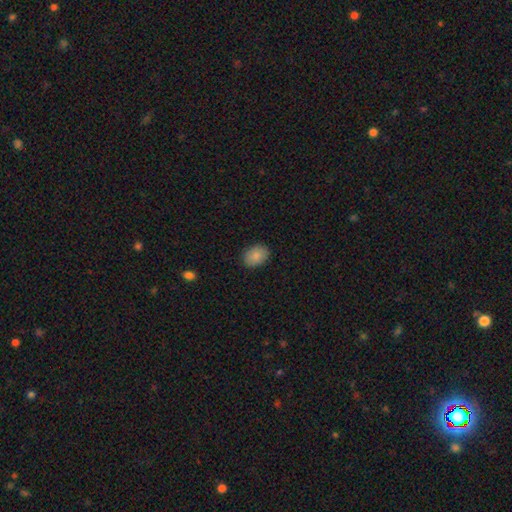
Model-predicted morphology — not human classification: This is clearly a smooth galaxy (86%). How rounded: likely in between (68%). Merging: clearly none (87%).